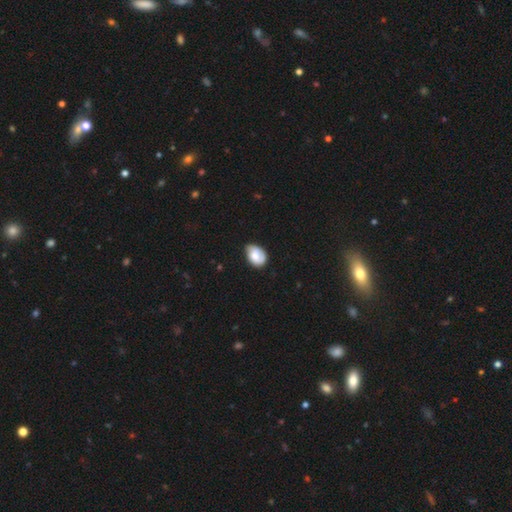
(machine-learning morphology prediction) This is likely a smooth galaxy (67%). How rounded: likely in between (78%). Merging: possibly none (59%).